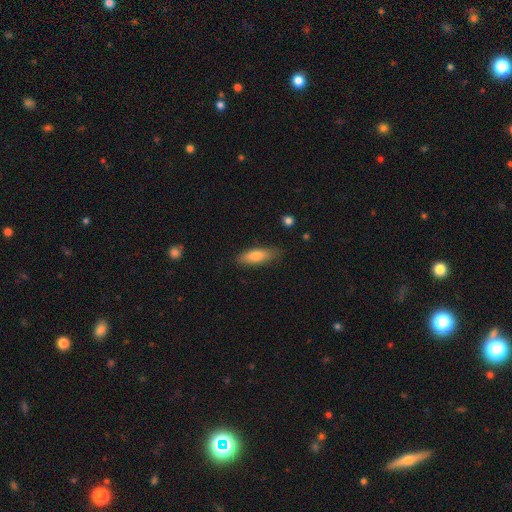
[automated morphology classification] The model was most divided on "how rounded": in between: 56%, cigar-shaped: 41%, round: 2%. More confident: merging — none (80%); smooth or featured — smooth (75%).